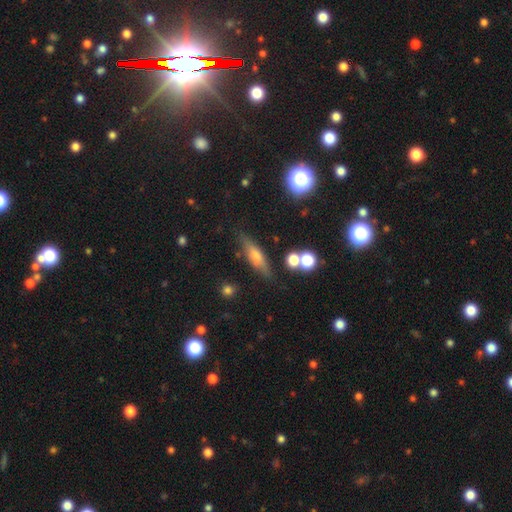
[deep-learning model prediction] A featured or disk galaxy (45%). Merging: none (79%).